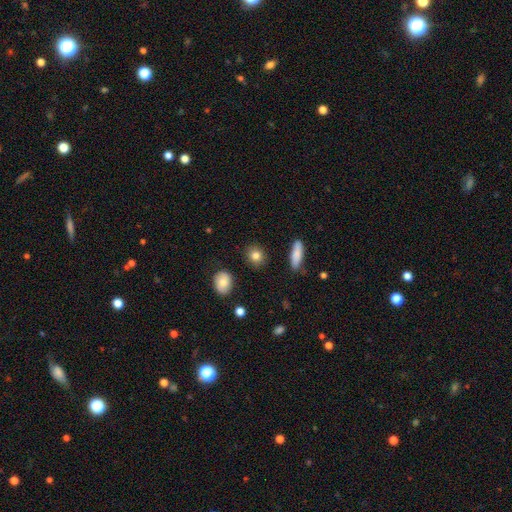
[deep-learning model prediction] Smooth or featured?
  - smooth: 83% *
  - star or artifact: 10%
  - featured or disk: 7%
How rounded?
  - round: 73% *
  - in between: 24%
  - cigar-shaped: 3%
Merging?
  - none: 88% *
  - minor disturbance: 8%
  - major disturbance: 2%
  - merger: 2%